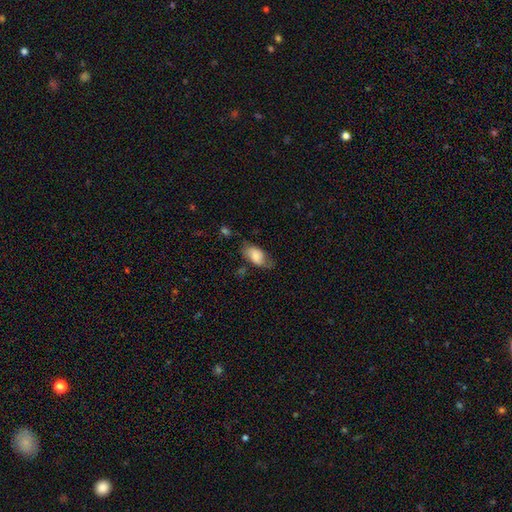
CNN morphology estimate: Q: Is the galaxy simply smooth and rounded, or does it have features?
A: smooth — 70%.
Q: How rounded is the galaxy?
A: in between — 91%.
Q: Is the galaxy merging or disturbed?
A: none — 56%.